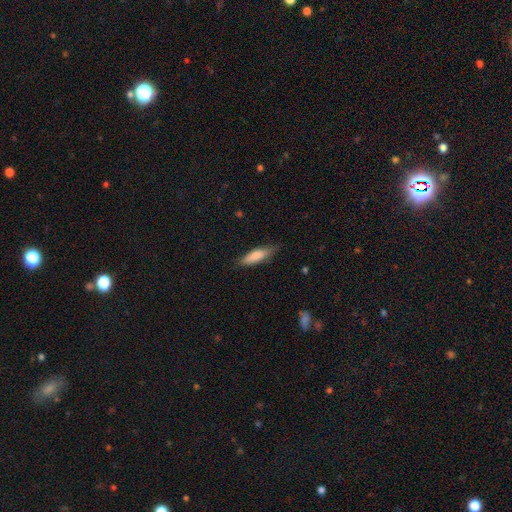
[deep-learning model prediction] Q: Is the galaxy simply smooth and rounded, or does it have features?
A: smooth — 81%.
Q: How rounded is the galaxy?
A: cigar-shaped — 53%.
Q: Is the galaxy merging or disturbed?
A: none — 75%.